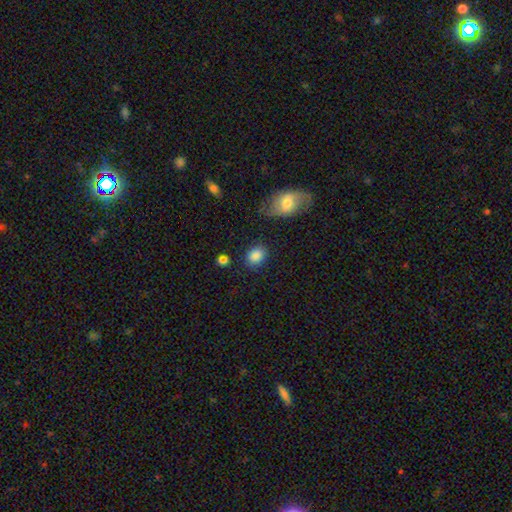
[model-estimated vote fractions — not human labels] This is clearly a smooth galaxy (87%). How rounded: possibly in between (59%). Merging: clearly none (81%).